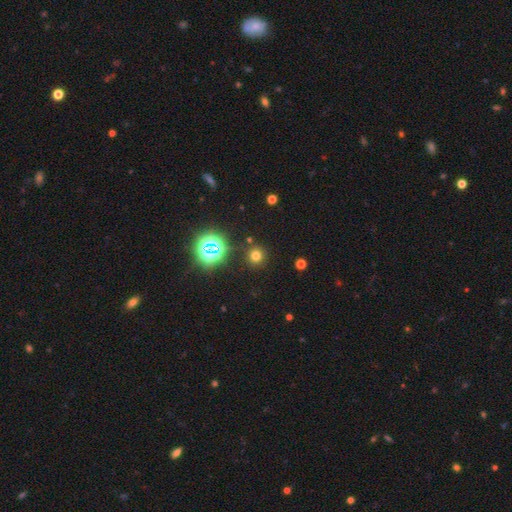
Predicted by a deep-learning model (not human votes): This is likely a smooth galaxy (66%). How rounded: clearly round (93%). Merging: clearly none (87%).